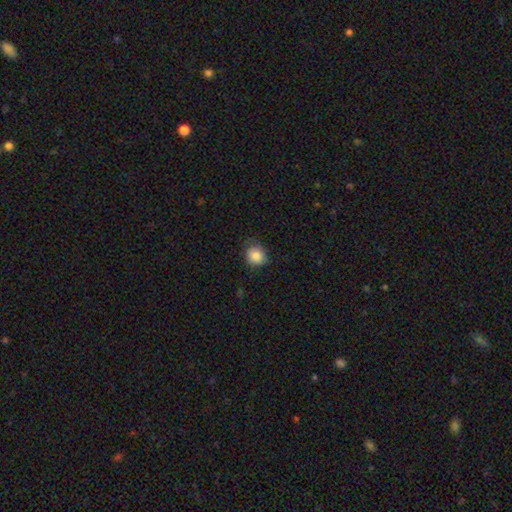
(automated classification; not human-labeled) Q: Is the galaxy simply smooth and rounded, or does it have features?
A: smooth — 86%.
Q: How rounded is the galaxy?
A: round — 78%.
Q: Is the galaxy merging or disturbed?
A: none — 72%.